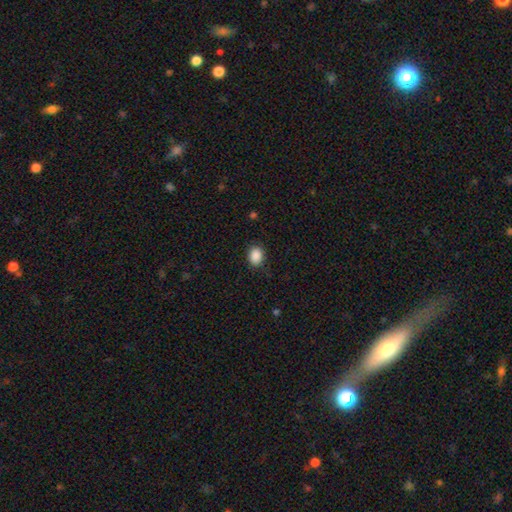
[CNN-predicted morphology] type=smooth (89%); roundness=in between (59%); merging=none (86%).